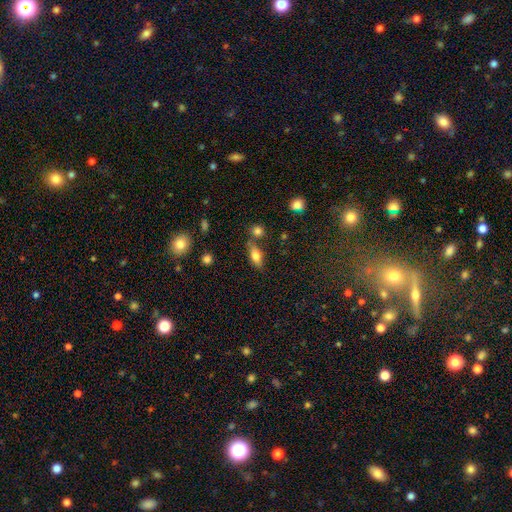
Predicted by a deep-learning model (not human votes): Smooth or featured? Predicted: smooth (p=0.73). How rounded? Predicted: in between (p=0.78). Merging? Predicted: none (p=0.69).